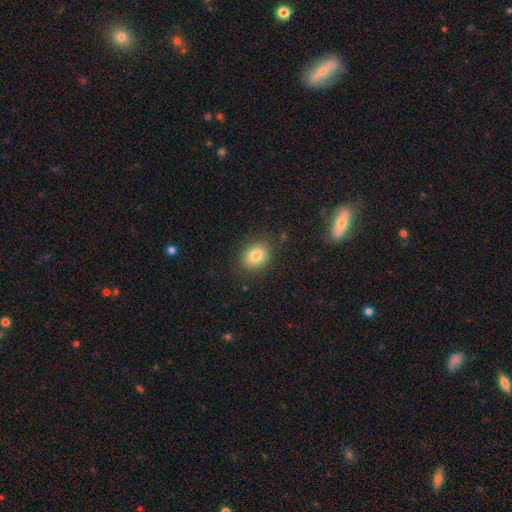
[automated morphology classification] Overall: smooth (81%). How rounded: in between (53%; round 46%). Merging: none (85%).